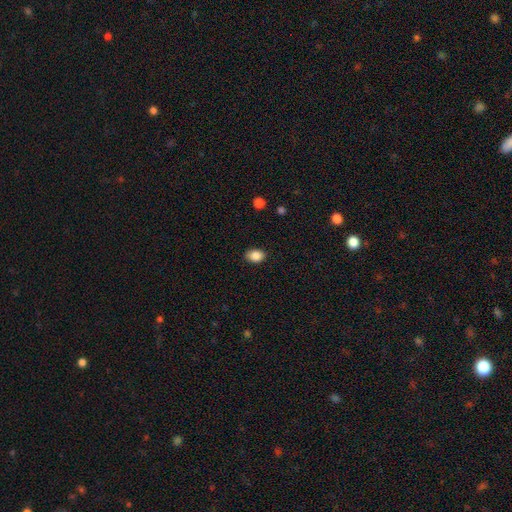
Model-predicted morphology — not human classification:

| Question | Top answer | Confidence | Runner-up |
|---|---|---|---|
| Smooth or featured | smooth | 87% | star or artifact (8%) |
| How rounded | in between | 76% | round (23%) |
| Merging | none | 86% | minor disturbance (11%) |